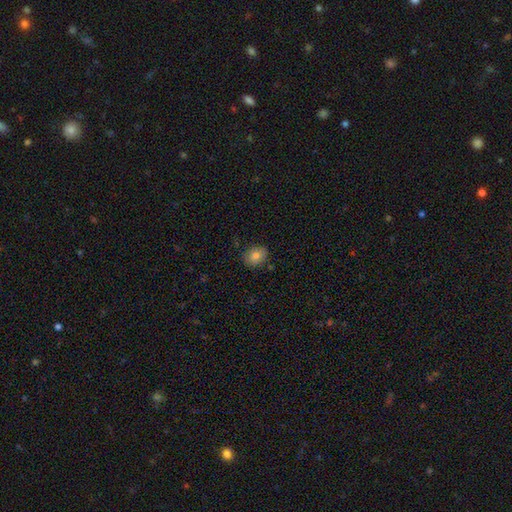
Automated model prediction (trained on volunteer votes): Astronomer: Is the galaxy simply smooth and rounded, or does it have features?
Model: smooth — 83%.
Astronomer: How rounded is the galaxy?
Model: in between — 53% (runner-up: round, 46%).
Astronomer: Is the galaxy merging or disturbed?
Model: none — 81%.